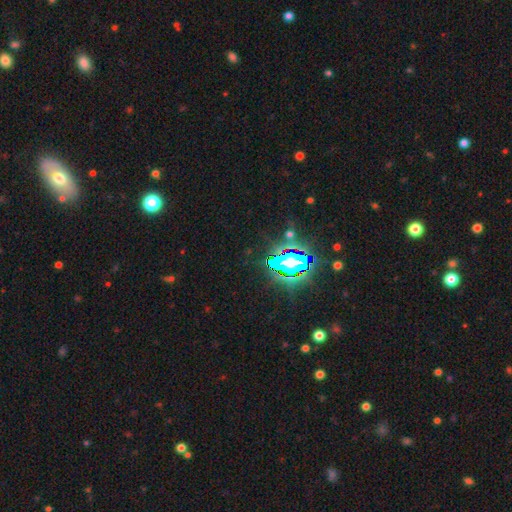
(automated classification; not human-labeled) Morphology: type=star or artifact (81%).